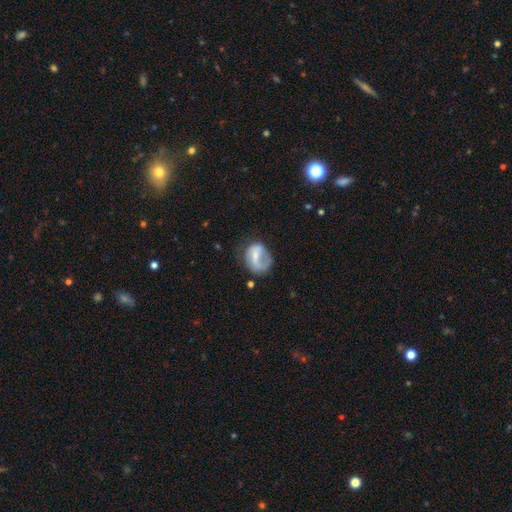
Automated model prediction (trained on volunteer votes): The model was most divided on "how rounded": in between: 50%, round: 49%, cigar-shaped: 1%. Remaining: smooth or featured — smooth (51%); merging — none (38%).